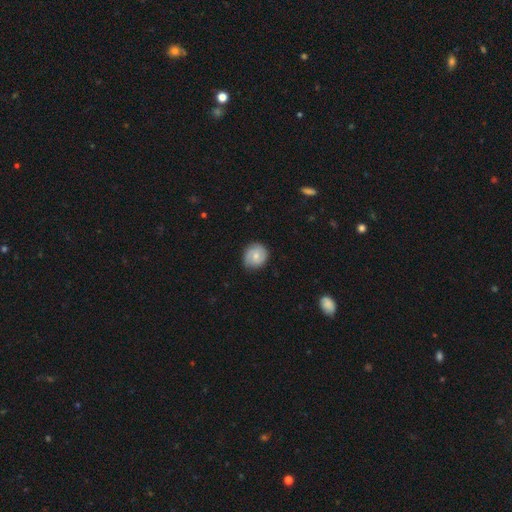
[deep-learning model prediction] Overall: smooth (56%; featured or disk 37%). How rounded: round (83%). Merging: none (78%).